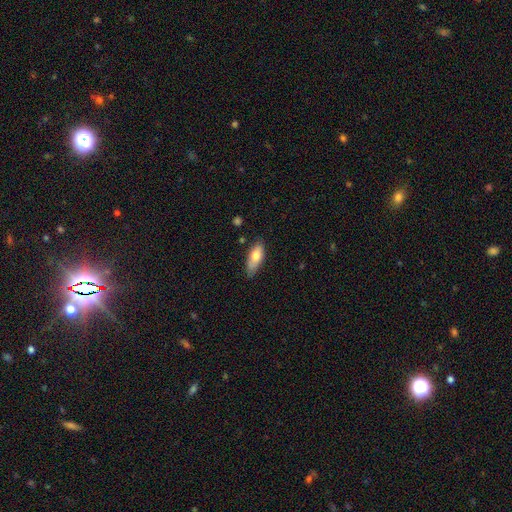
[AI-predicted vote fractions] Q: Smooth or featured?
A: smooth (73%); runner-up: featured or disk (20%)
Q: How rounded?
A: in between (75%); runner-up: cigar-shaped (22%)
Q: Merging?
A: none (67%); runner-up: minor disturbance (26%)